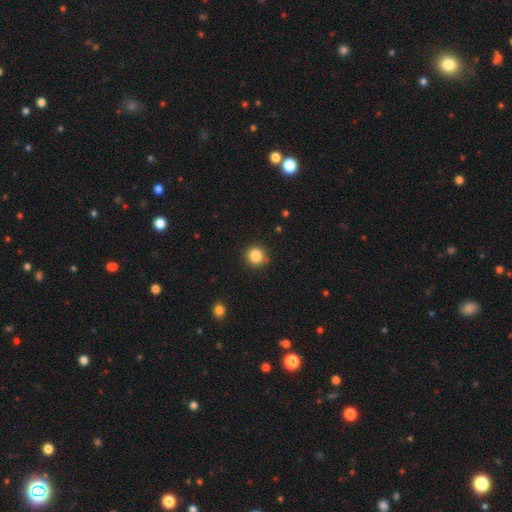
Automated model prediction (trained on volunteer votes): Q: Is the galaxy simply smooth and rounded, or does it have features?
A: smooth — 85%.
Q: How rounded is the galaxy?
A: round — 94%.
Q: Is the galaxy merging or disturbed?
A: none — 88%.